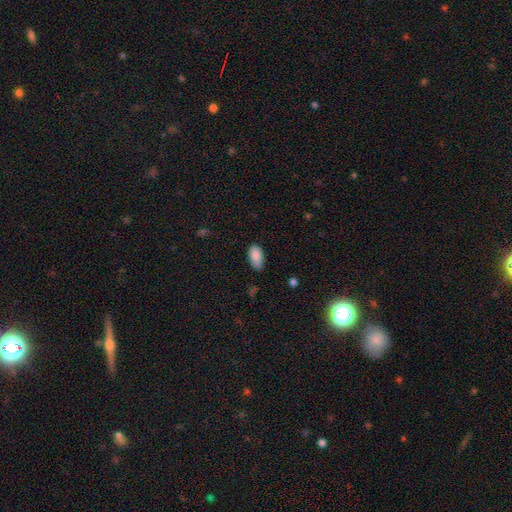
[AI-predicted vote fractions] A smooth galaxy with no disk features (88%) that is in between round and cigar-shaped (94%). Merging: none (70%).